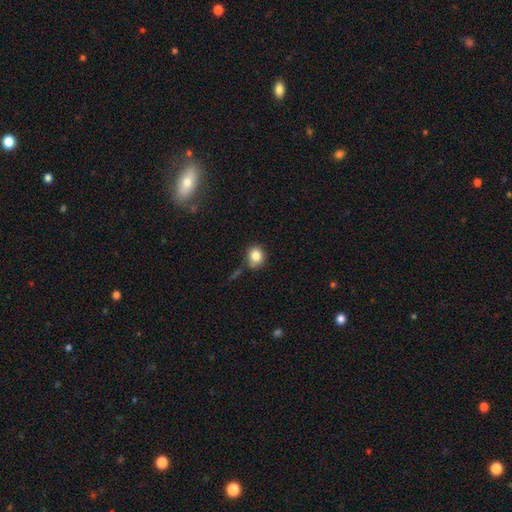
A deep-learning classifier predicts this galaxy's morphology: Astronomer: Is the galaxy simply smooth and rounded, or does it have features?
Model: smooth — 83%.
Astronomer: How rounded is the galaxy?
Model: round — 74%.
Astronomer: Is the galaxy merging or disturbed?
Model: none — 65%.